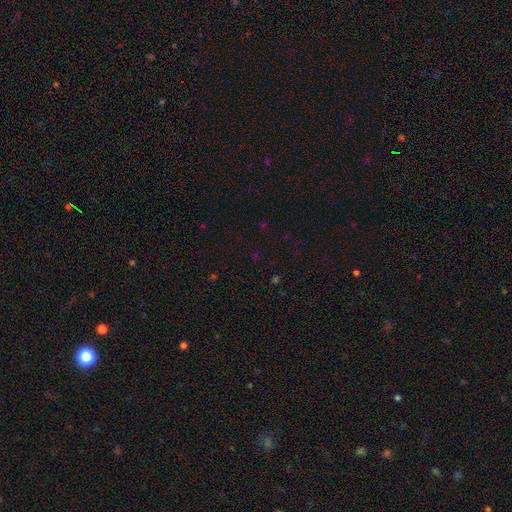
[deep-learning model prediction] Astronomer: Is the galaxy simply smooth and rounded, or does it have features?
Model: star or artifact — 59%.